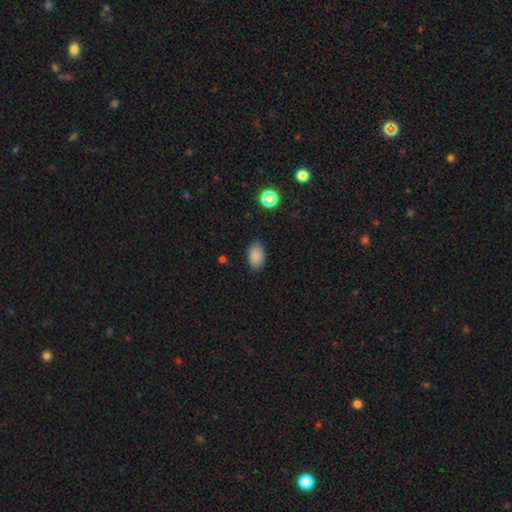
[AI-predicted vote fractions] smooth_or_featured: smooth (p=0.86) [alt: star or artifact p=0.10]
how_rounded: in between (p=0.92) [alt: round p=0.07]
merging: none (p=0.85) [alt: minor disturbance p=0.11]